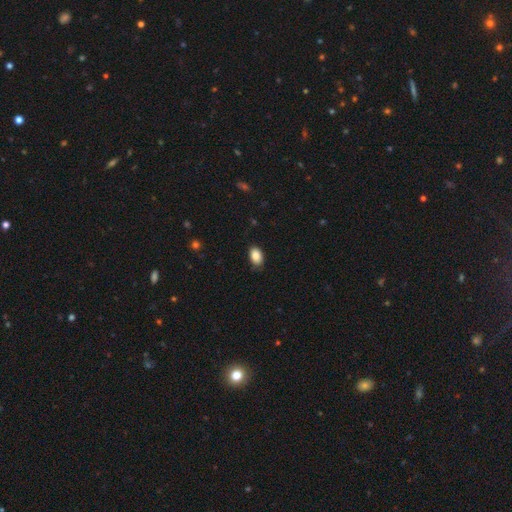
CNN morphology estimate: A smooth galaxy with no disk features (87%) that is in between round and cigar-shaped (88%). Merging: none (80%).